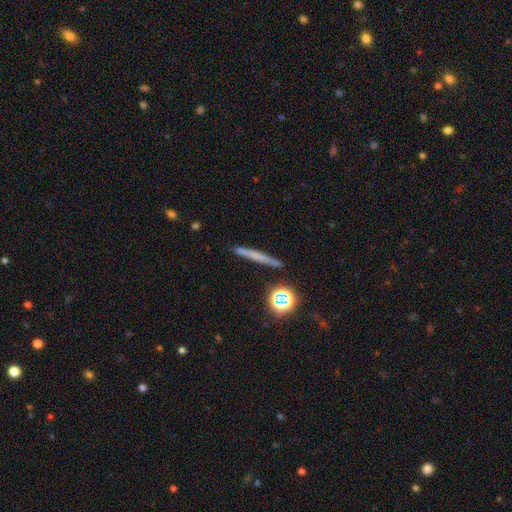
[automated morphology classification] Smooth or featured? Predicted: smooth (p=0.48). Merging? Predicted: none (p=0.87).